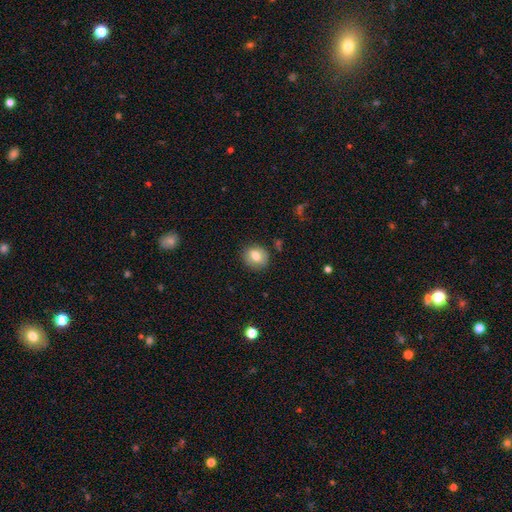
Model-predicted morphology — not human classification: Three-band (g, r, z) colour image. It shows a smooth galaxy with no disk features (77%) that is round (71%). Merging: none (84%).